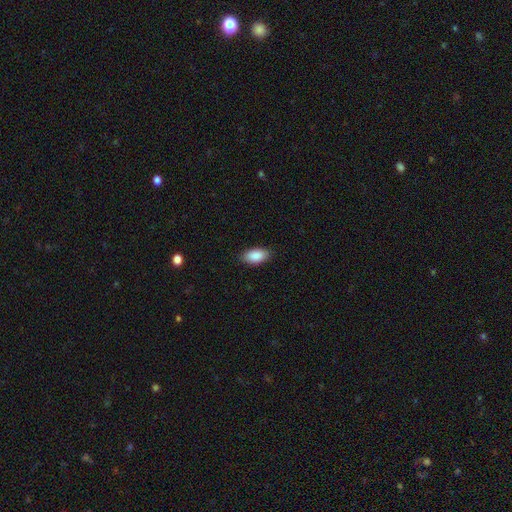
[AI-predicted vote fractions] Q: Smooth or featured?
A: smooth (90%); runner-up: star or artifact (6%)
Q: How rounded?
A: in between (93%); runner-up: cigar-shaped (3%)
Q: Merging?
A: none (87%); runner-up: minor disturbance (10%)